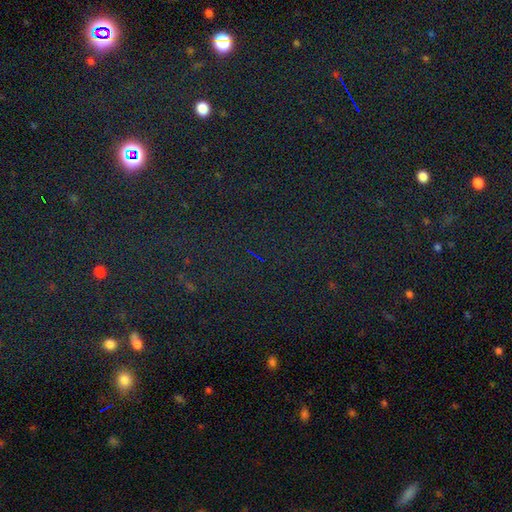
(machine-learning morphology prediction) Smooth or featured? star or artifact (80%)